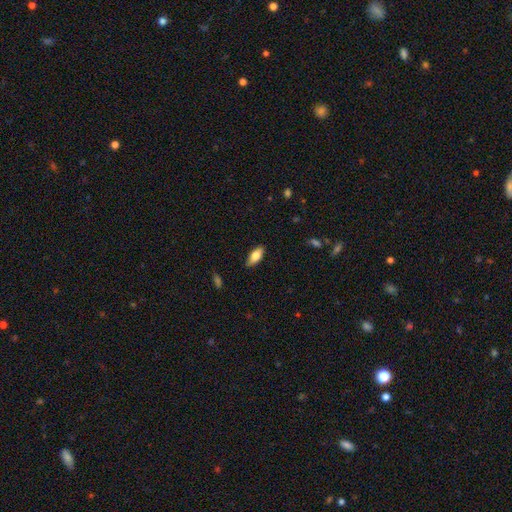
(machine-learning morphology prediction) smooth 74%, featured or disk 19%, star or artifact 6%. Down the decision tree: how rounded — in between (83%); merging — none (83%).